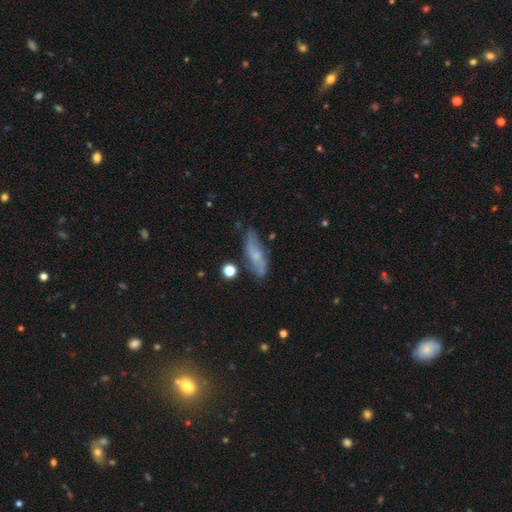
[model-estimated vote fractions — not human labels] The model was most divided on "smooth or featured": featured or disk: 47%, smooth: 45%, star or artifact: 9%. More confident: merging — none (68%).